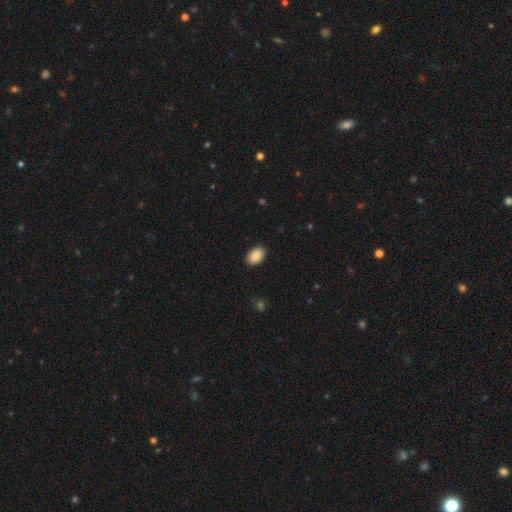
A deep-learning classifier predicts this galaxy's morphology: Q: Smooth or featured?
A: smooth (90%); runner-up: star or artifact (7%)
Q: How rounded?
A: in between (88%); runner-up: round (11%)
Q: Merging?
A: none (88%); runner-up: minor disturbance (9%)